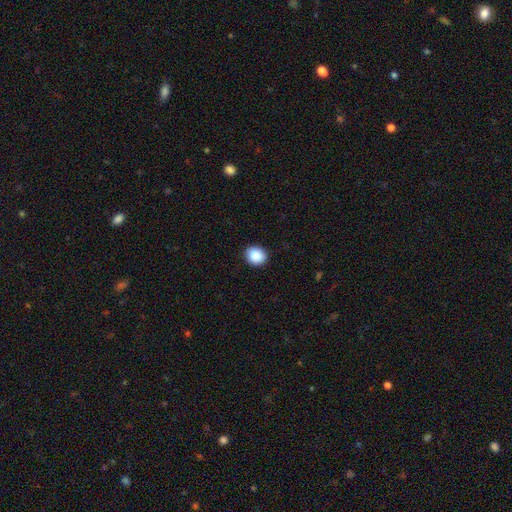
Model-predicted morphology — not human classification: smooth 89%, star or artifact 8%, featured or disk 3%. Down the decision tree: how rounded — round (74%); merging — none (91%).